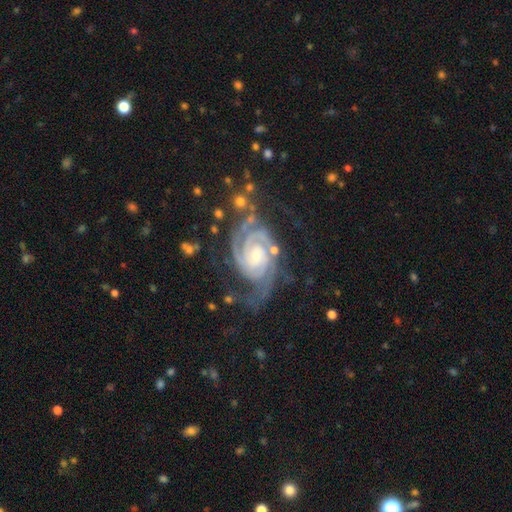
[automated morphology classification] This appears to be a featured or disk galaxy (93%) with no bar (59%), 2 (49%) tight (74%) spiral arms (99%) and a small central bulge (60%). Merging: none (61%).